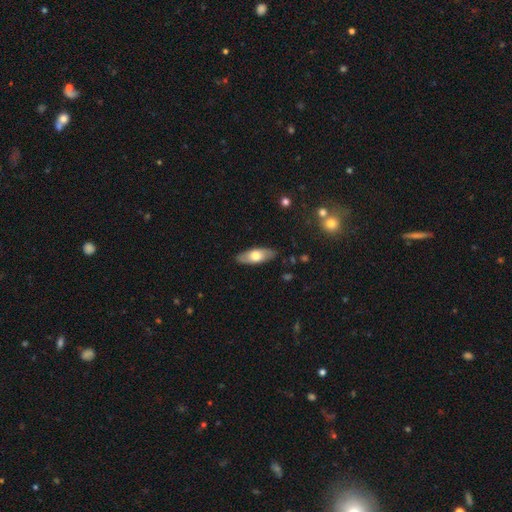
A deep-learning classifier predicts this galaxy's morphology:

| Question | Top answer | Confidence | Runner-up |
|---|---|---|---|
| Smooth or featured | smooth | 61% | featured or disk (33%) |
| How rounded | in between | 76% | cigar-shaped (21%) |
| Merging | none | 87% | minor disturbance (10%) |